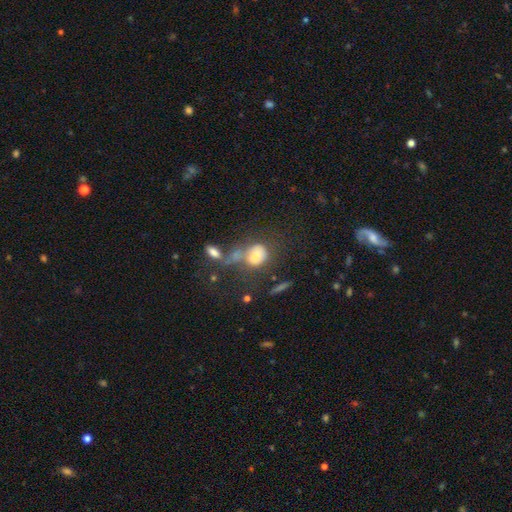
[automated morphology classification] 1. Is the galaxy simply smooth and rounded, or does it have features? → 62% smooth, 24% featured or disk, 14% star or artifact.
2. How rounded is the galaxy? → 64% in between, 33% round, 3% cigar-shaped.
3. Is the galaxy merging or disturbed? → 33% merger, 27% none, 24% major disturbance, 16% minor disturbance.